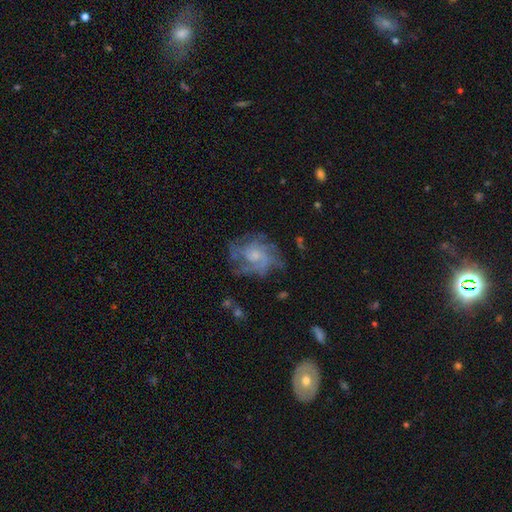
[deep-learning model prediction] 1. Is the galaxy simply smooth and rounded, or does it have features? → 76% featured or disk, 15% smooth, 9% star or artifact.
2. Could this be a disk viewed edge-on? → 97% no, 3% yes.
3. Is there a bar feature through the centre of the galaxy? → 74% no, 23% weak, 3% strong.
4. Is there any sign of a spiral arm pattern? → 88% yes, 12% no.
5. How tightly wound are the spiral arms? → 45% tight, 41% medium, 15% loose.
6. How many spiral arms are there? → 36% can't tell, 20% 4, 20% 3, 12% 2, 7% more than 4, 6% 1.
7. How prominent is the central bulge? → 54% small, 32% moderate, 10% none, 3% large, 1% dominant.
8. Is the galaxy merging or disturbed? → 64% none, 19% minor disturbance, 15% major disturbance, 2% merger.